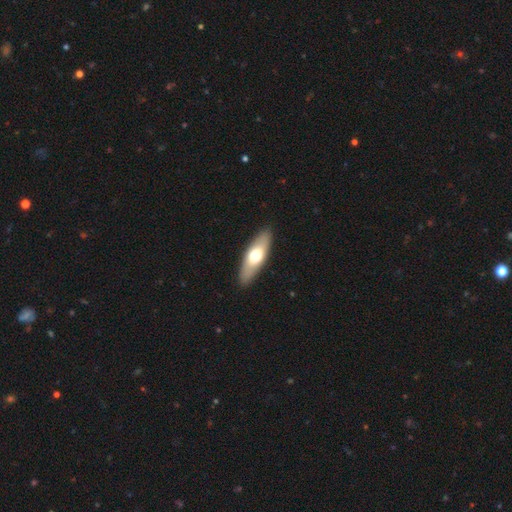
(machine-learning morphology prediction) The model was most divided on "how rounded": in between: 58%, cigar-shaped: 40%, round: 2%. More confident: merging — none (89%); smooth or featured — smooth (60%).